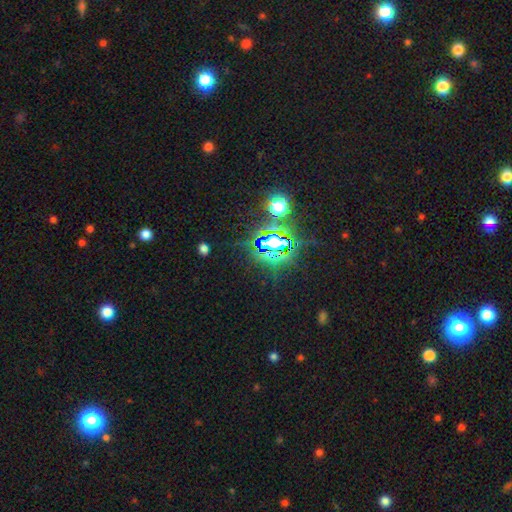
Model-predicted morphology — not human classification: smooth_or_featured: star or artifact (p=0.80) [alt: smooth p=0.13]